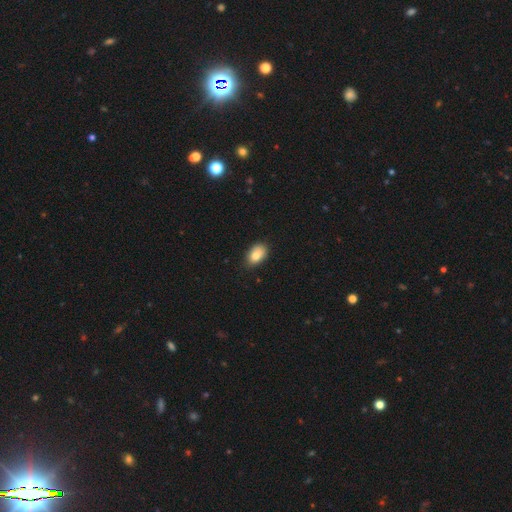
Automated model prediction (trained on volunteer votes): The model was most divided on "merging": none: 82%, minor disturbance: 15%, major disturbance: 2%, merger: 1%. More confident: how rounded — in between (88%); smooth or featured — smooth (82%).